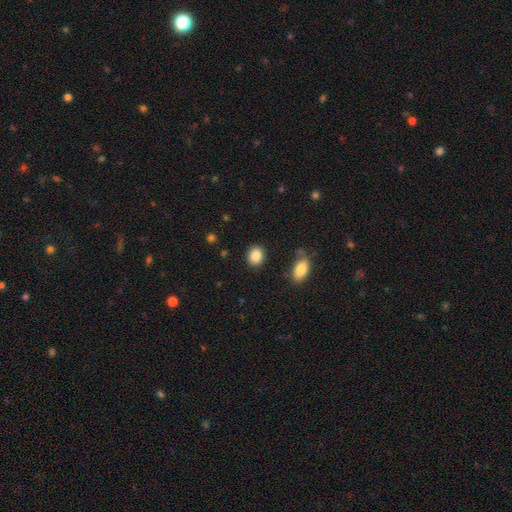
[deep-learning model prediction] Smooth or featured? smooth (88%)
How rounded? round (56%)
Merging? none (87%)